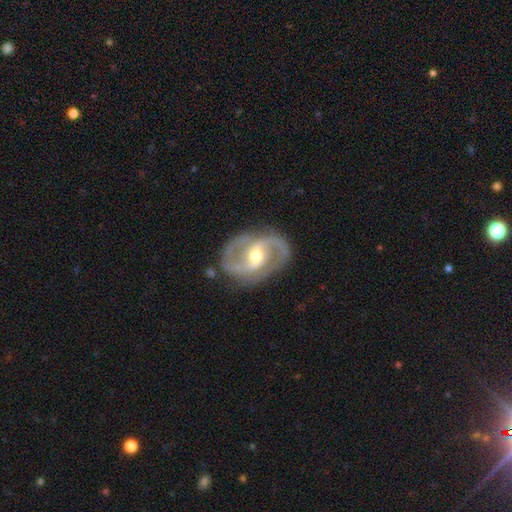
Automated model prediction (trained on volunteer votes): featured or disk 87%, smooth 7%, star or artifact 6%. Down the decision tree: edge-on disk — no (97%); bar — weak (41%); spiral arms — yes (95%); spiral arm count — 2 (89%); spiral winding — medium (52%); bulge size — moderate (69%); merging — none (81%).